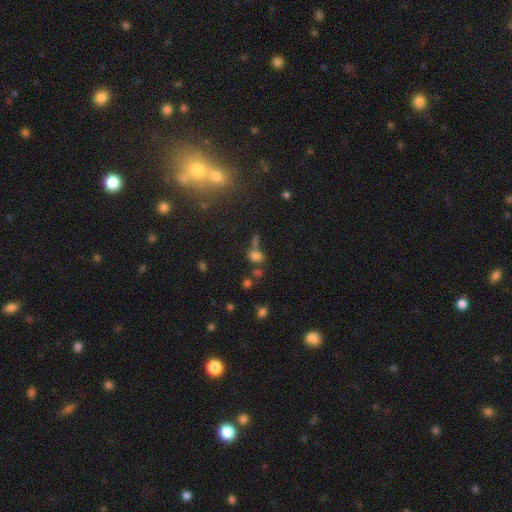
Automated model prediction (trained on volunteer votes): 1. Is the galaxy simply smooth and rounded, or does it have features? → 64% smooth, 23% star or artifact, 12% featured or disk.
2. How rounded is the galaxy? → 68% in between, 27% round, 5% cigar-shaped.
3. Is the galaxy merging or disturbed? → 42% none, 33% merger, 14% minor disturbance, 11% major disturbance.